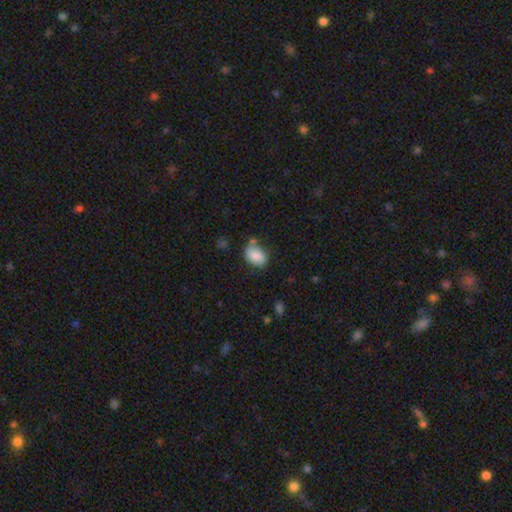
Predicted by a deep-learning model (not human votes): smooth-or-featured: smooth: 83% | featured or disk: 9% | star or artifact: 8%
  how-rounded: in between: 84% | round: 14% | cigar-shaped: 1%
  merging: none: 64% | minor disturbance: 22% | merger: 9% | major disturbance: 5%